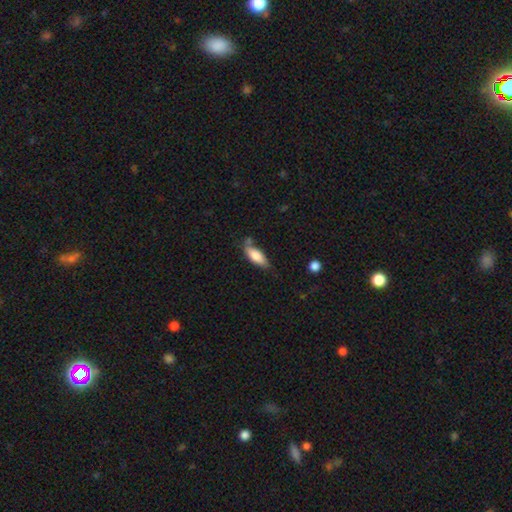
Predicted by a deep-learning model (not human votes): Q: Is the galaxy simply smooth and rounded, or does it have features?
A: smooth — 77%.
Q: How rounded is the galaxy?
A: in between — 70%.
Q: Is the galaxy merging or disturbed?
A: none — 60%.